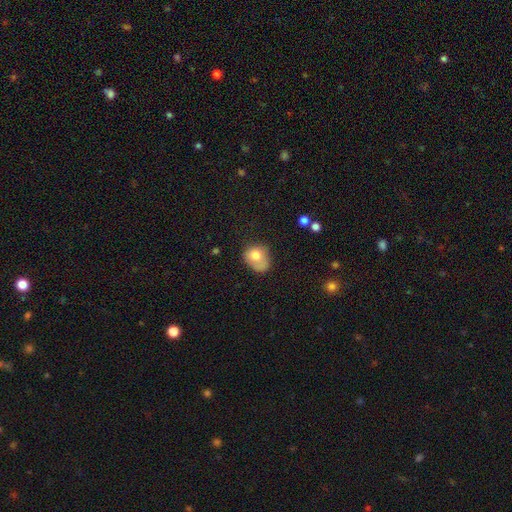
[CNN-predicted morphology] Smooth or featured? smooth (74%)
How rounded? round (54%)
Merging? none (35%, tied with minor disturbance)